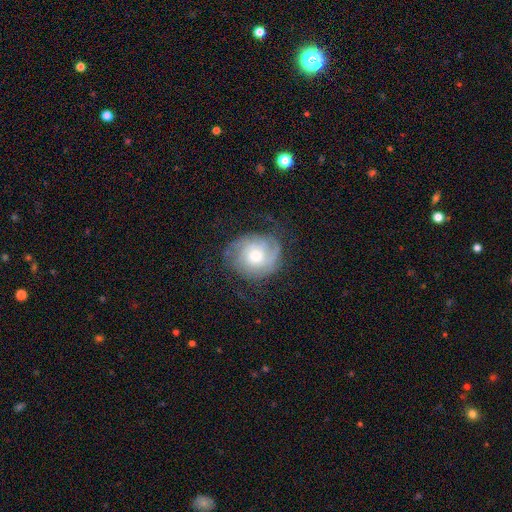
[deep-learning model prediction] featured or disk 76%, smooth 17%, star or artifact 6%. Down the decision tree: edge-on disk — no (97%); bar — no (77%); spiral arms — yes (93%); spiral arm count — can't tell (31%); spiral winding — tight (61%); bulge size — moderate (64%); merging — none (69%).